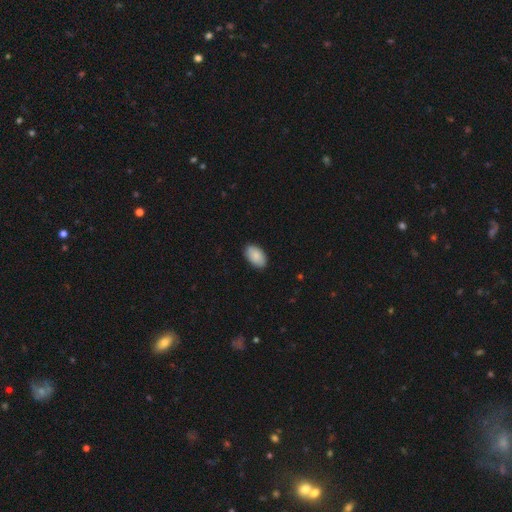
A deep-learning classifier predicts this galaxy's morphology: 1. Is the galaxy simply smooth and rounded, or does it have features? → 87% smooth, 7% featured or disk, 6% star or artifact.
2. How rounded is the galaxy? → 93% in between, 5% round, 1% cigar-shaped.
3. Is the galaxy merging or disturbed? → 85% none, 12% minor disturbance, 2% major disturbance, 1% merger.